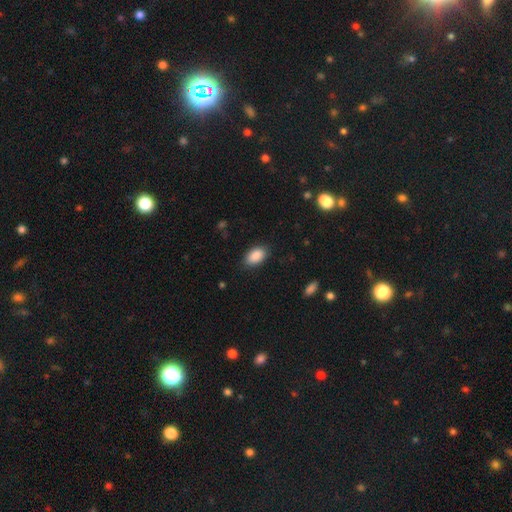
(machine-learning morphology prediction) Smooth or featured? smooth (89%)
How rounded? in between (92%)
Merging? none (85%)